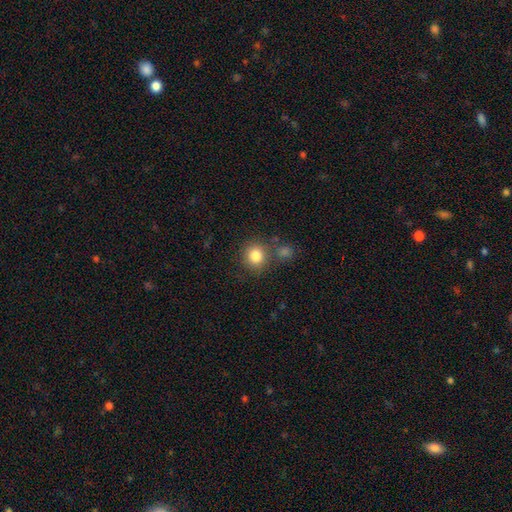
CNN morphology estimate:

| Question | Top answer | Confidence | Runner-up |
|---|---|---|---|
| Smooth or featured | smooth | 83% | star or artifact (11%) |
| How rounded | round | 87% | in between (12%) |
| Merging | none | 75% | merger (11%) |